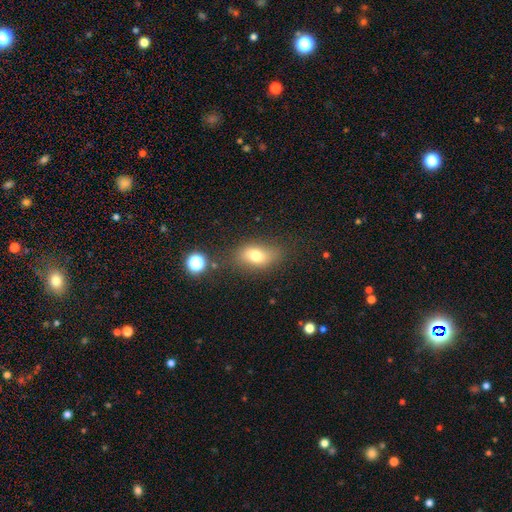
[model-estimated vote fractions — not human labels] Smooth or featured? Predicted: smooth (p=0.72). How rounded? Predicted: in between (p=0.80). Merging? Predicted: none (p=0.71).